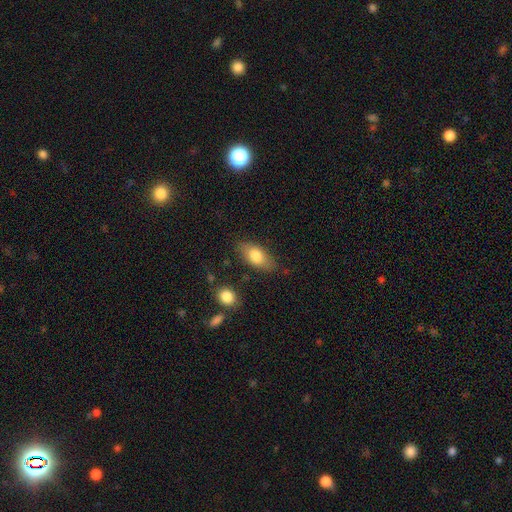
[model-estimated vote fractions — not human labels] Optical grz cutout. It shows a smooth galaxy with no disk features (76%) that is in between round and cigar-shaped (86%). Merging: none (79%).